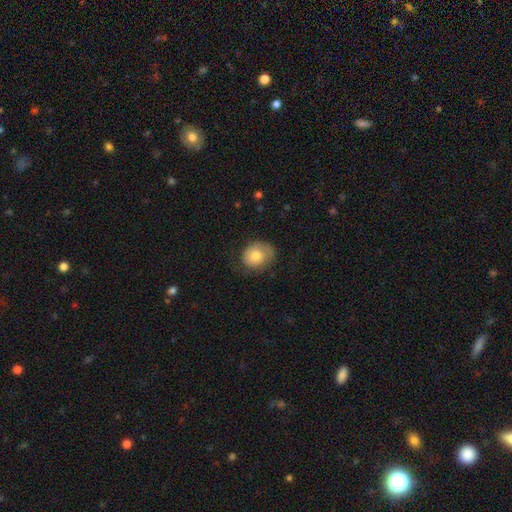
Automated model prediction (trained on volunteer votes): A smooth galaxy with no disk features (73%) that is round (58%).

Vote fractions:
- Smooth or featured? smooth: 73% / featured or disk: 20% / star or artifact: 7%
- How rounded? round: 58% / in between: 41% / cigar-shaped: 1%
- Merging? none: 58% / minor disturbance: 27% / major disturbance: 13% / merger: 1%